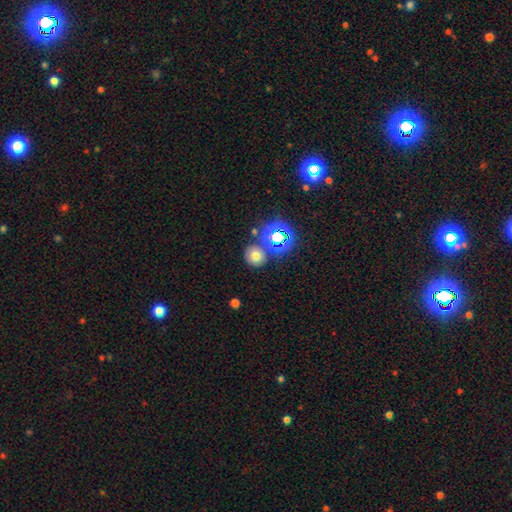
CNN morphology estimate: smooth_or_featured: smooth (p=0.65) [alt: star or artifact p=0.24]
how_rounded: round (p=0.84) [alt: in between p=0.15]
merging: none (p=0.77) [alt: merger p=0.11]